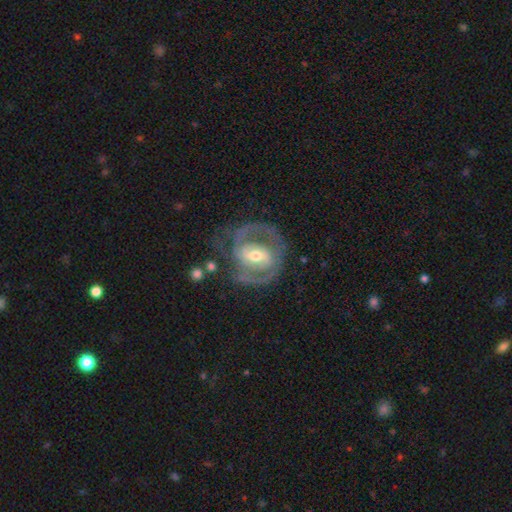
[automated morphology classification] Smooth or featured? featured or disk (85%)
Edge-on disk? no (96%)
Bar? strong (40%)
Spiral arms? yes (87%)
Spiral winding? tight (44%, tied with medium)
Spiral arm count? 2 (74%)
Bulge size? moderate (60%)
Merging? none (65%)